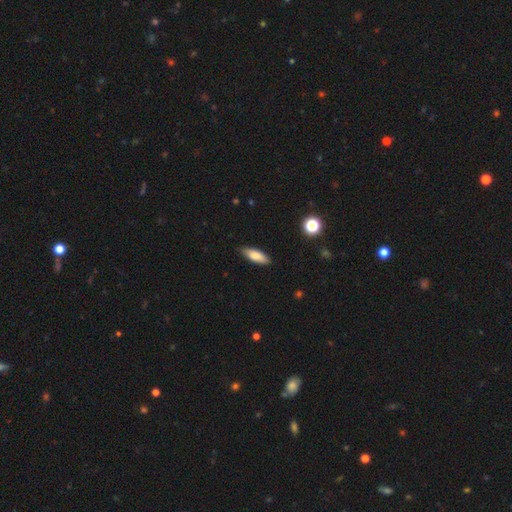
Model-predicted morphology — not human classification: This is clearly a smooth galaxy (81%). How rounded: likely in between (66%). Merging: clearly none (81%).